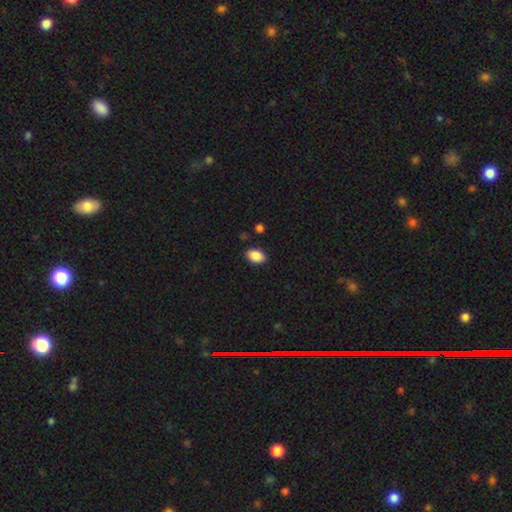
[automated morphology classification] A smooth galaxy with no disk features (89%) that is in between round and cigar-shaped (87%). Merging: none (87%).